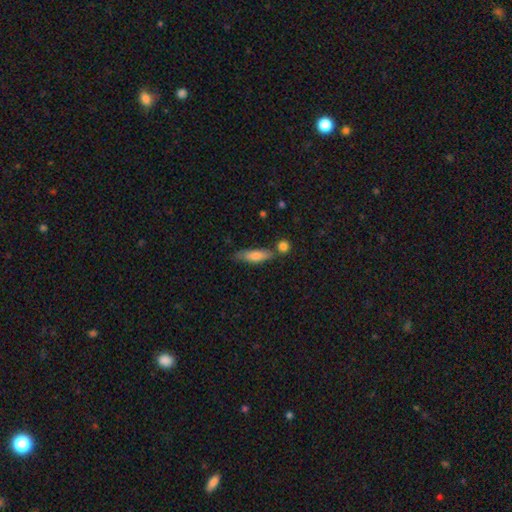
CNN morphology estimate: Smooth or featured? smooth (75%)
How rounded? cigar-shaped (57%)
Merging? none (63%)